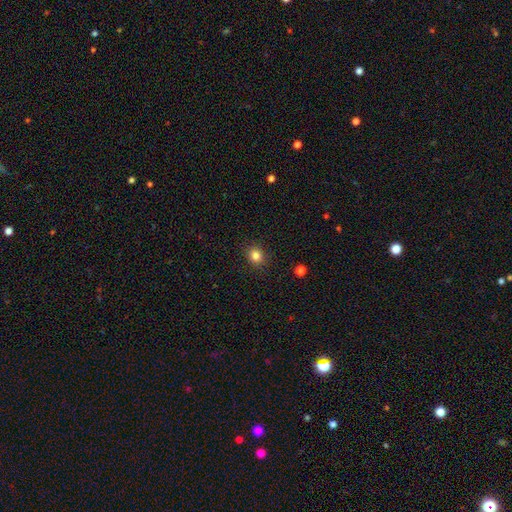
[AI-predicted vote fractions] Overall: smooth (82%). How rounded: round (75%). Merging: none (90%).